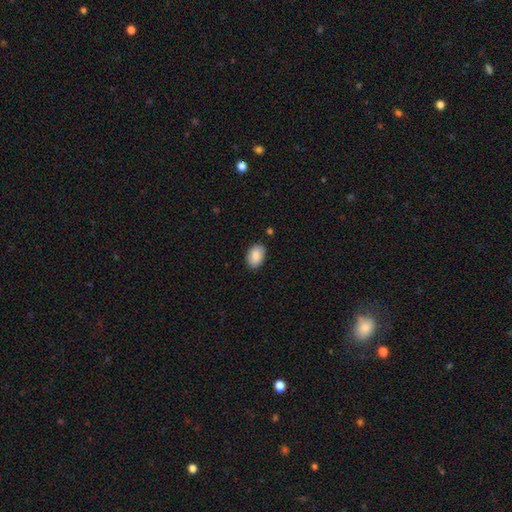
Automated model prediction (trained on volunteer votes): Smooth or featured? Predicted: smooth (p=0.85). How rounded? Predicted: in between (p=0.85). Merging? Predicted: none (p=0.87).